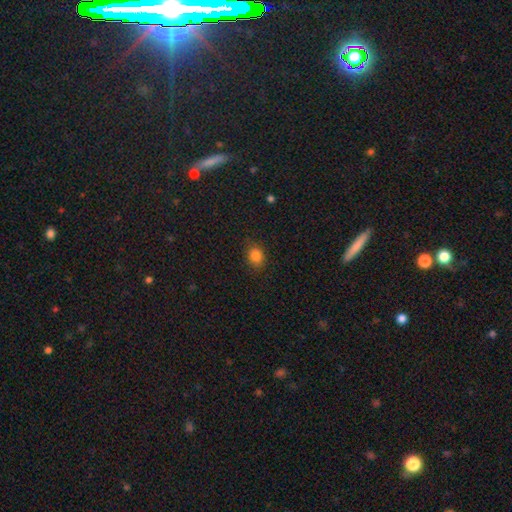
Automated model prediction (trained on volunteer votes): This appears to be a smooth galaxy with no disk features (83%) that is round (51%). Merging: none (85%).